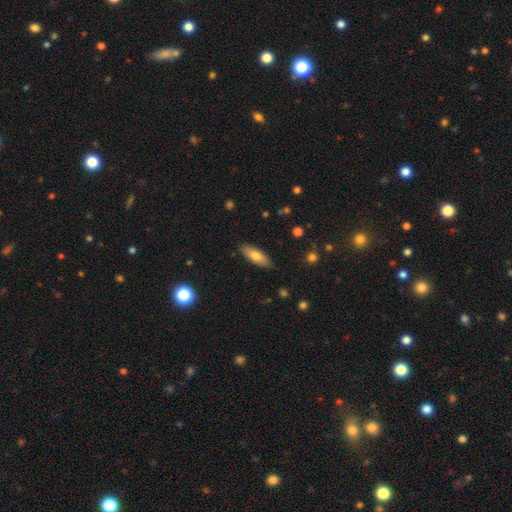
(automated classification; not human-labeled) Morphology: type=smooth (72%); roundness=in between (62%); merging=none (86%).